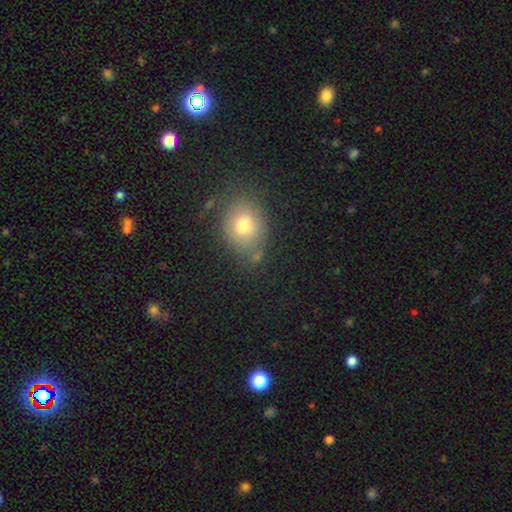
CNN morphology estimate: Smooth or featured? smooth (73%)
How rounded? in between (50%)
Merging? none (71%)